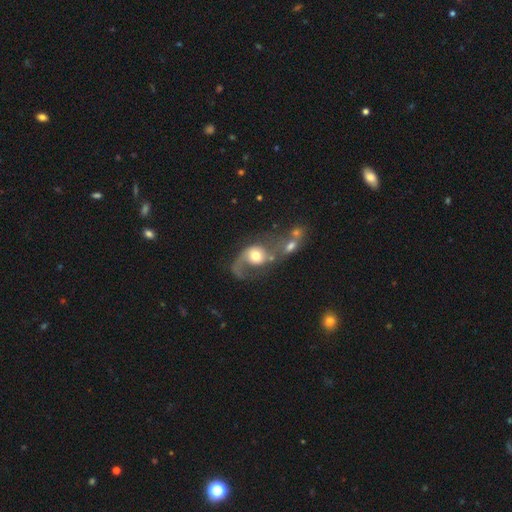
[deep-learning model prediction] smooth_or_featured: featured or disk (p=0.55) [alt: smooth p=0.36]
disk_edge_on: no (p=0.97) [alt: yes p=0.03]
bar: no (p=0.76) [alt: weak p=0.19]
has_spiral_arms: yes (p=0.75) [alt: no p=0.25]
bulge_size: moderate (p=0.57) [alt: large p=0.27]
merging: merger (p=0.44) [alt: major disturbance p=0.28]